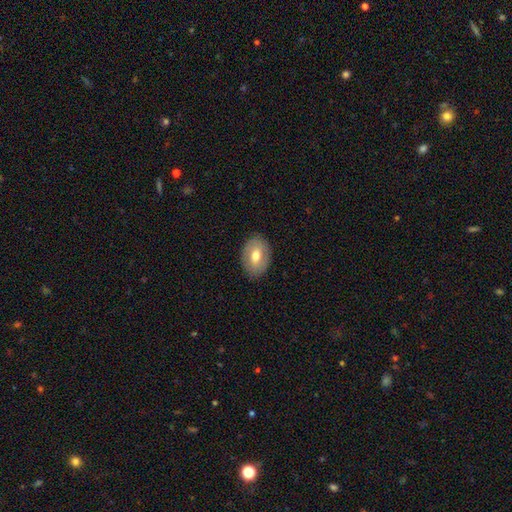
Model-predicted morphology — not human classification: A smooth galaxy with no disk features (64%) that is in between round and cigar-shaped (78%).

Vote fractions:
- Smooth or featured? smooth: 64% / featured or disk: 29% / star or artifact: 7%
- How rounded? in between: 78% / round: 20% / cigar-shaped: 1%
- Merging? none: 86% / minor disturbance: 11% / major disturbance: 3% / merger: 1%